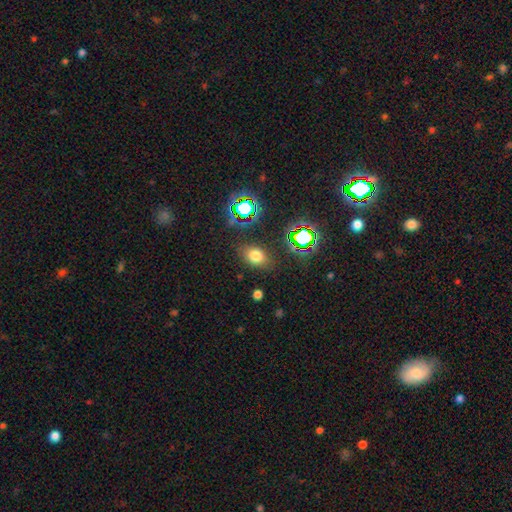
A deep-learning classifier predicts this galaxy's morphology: smooth-or-featured: smooth: 69% | star or artifact: 21% | featured or disk: 9%
  how-rounded: in between: 71% | round: 28% | cigar-shaped: 2%
  merging: none: 82% | minor disturbance: 11% | major disturbance: 4% | merger: 3%